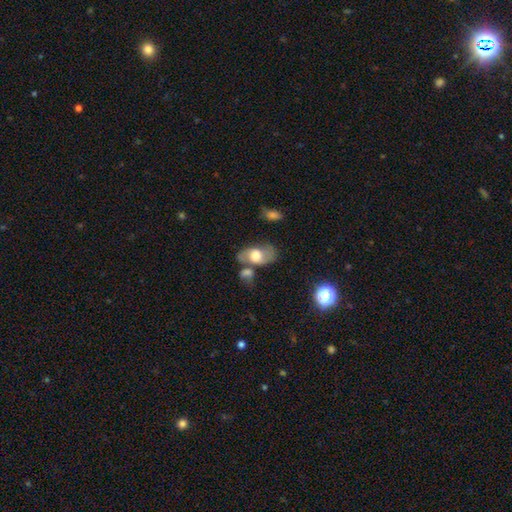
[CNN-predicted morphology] Smooth or featured? smooth (49%)
Merging? none (50%)